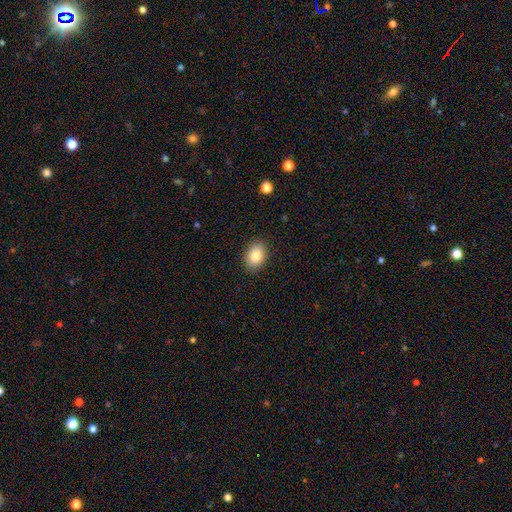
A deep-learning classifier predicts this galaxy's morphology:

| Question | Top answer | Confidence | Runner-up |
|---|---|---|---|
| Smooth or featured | smooth | 83% | featured or disk (9%) |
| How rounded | in between | 76% | round (23%) |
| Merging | none | 89% | minor disturbance (8%) |